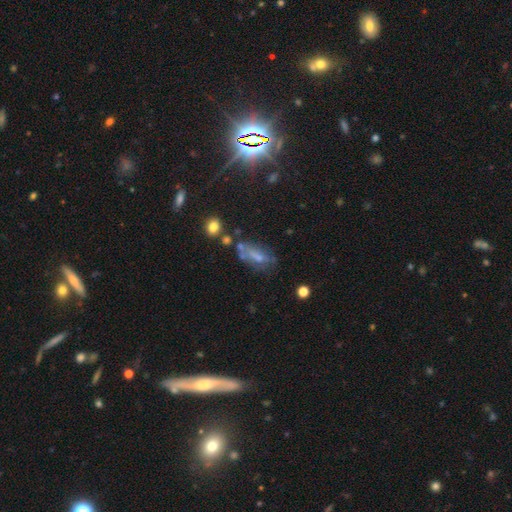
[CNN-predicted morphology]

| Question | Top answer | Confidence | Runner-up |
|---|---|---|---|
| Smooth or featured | smooth | 47% | featured or disk (37%) |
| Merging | none | 45% | minor disturbance (25%) |